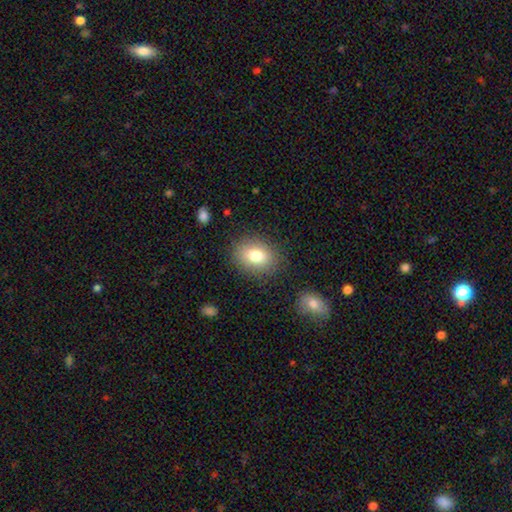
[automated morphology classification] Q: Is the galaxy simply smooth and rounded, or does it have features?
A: smooth — 78%.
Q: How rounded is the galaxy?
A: in between — 60%.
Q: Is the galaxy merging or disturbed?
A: none — 85%.